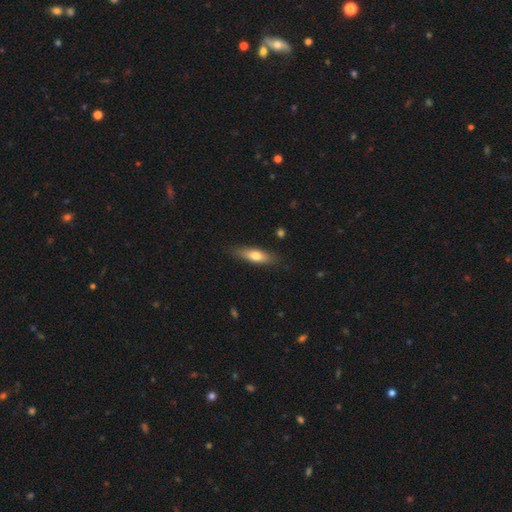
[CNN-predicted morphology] Smooth or featured?
  - smooth: 68% *
  - featured or disk: 26%
  - star or artifact: 6%
How rounded?
  - cigar-shaped: 49% *
  - in between: 48%
  - round: 3%
Merging?
  - none: 84% *
  - minor disturbance: 13%
  - major disturbance: 2%
  - merger: 1%